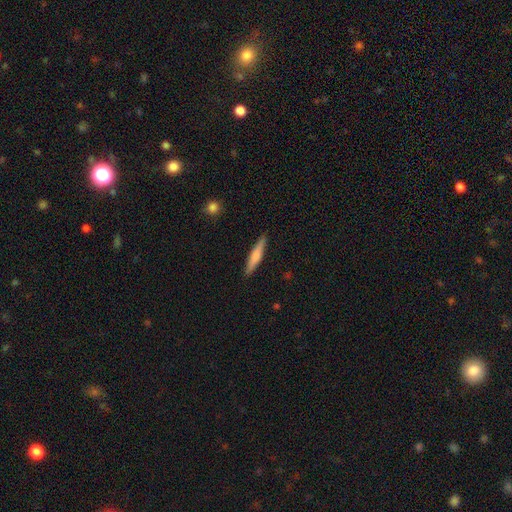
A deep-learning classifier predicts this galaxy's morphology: This appears to be a smooth galaxy with no disk features (62%) that is cigar-shaped (90%). Merging: none (90%).